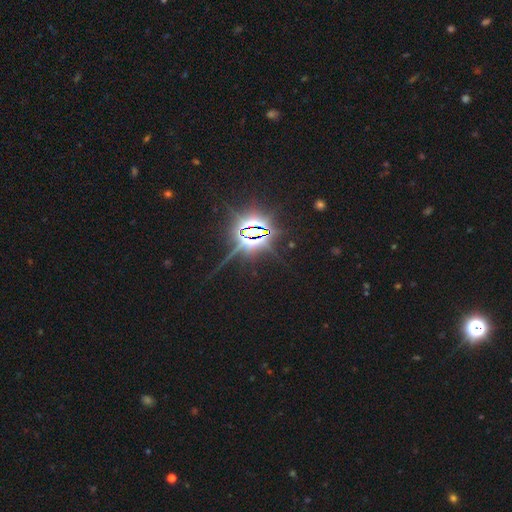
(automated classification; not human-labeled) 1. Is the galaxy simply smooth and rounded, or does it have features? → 87% star or artifact, 8% smooth, 5% featured or disk.